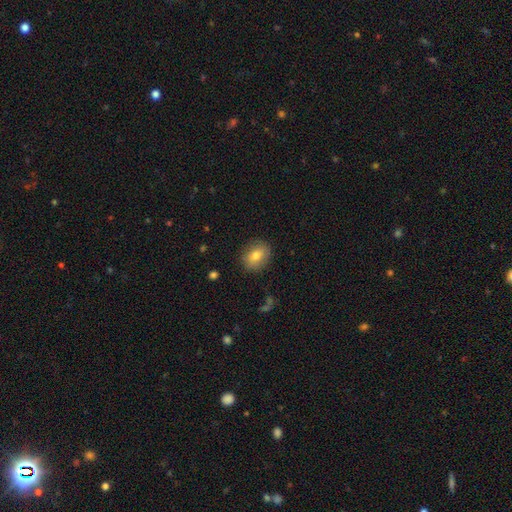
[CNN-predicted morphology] Smooth or featured? smooth (77%)
How rounded? in between (50%)
Merging? none (86%)